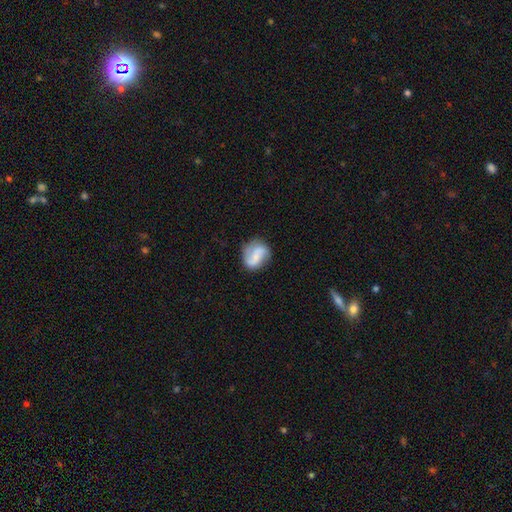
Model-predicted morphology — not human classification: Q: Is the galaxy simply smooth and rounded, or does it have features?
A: featured or disk — 58%.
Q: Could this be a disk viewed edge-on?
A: no — 97%.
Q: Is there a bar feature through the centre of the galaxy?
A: no — 41%.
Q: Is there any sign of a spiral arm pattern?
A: yes — 87%.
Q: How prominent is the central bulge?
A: small — 47%.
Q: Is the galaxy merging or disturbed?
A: none — 67%.